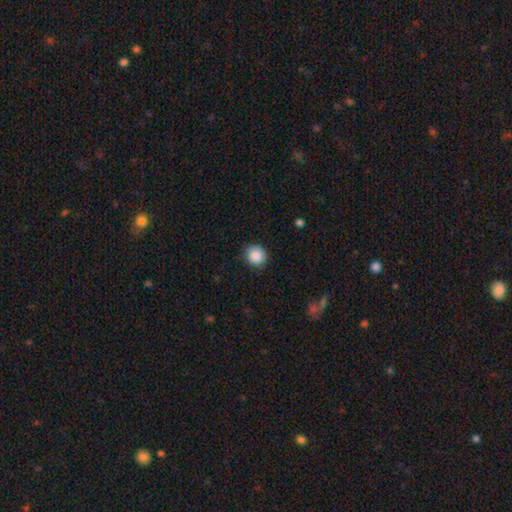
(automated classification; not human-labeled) Smooth or featured? smooth (88%)
How rounded? round (88%)
Merging? none (87%)